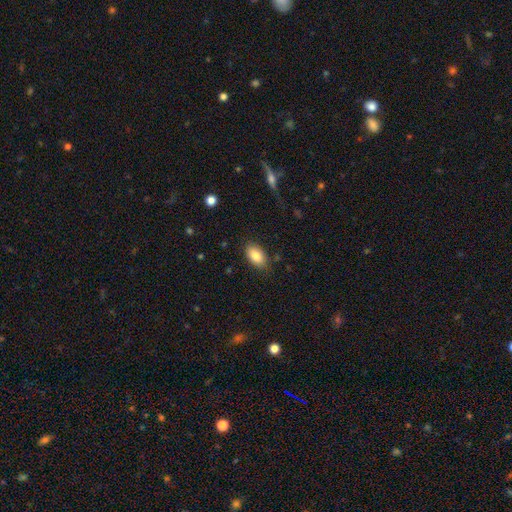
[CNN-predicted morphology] Smooth or featured? smooth (85%)
How rounded? in between (93%)
Merging? none (83%)